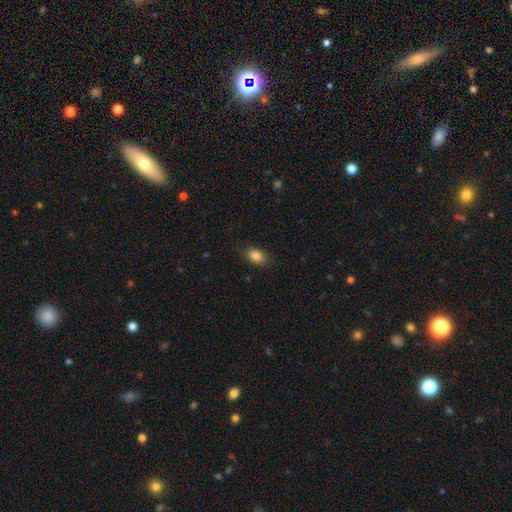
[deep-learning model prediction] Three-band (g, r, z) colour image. It shows a smooth galaxy with no disk features (86%) that is in between round and cigar-shaped (84%). Merging: none (83%).